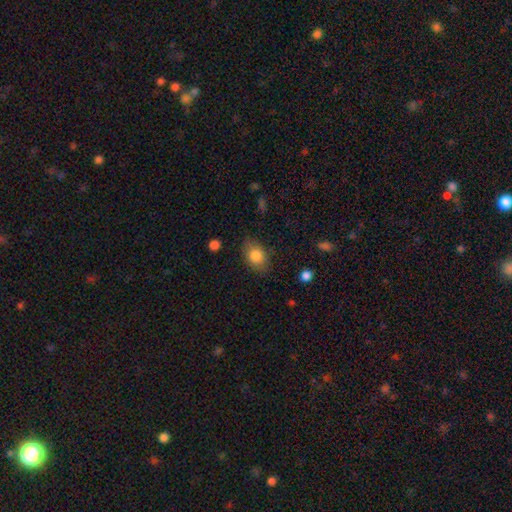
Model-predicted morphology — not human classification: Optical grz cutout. It shows a smooth galaxy with no disk features (83%) that is in between round and cigar-shaped (76%). Merging: none (79%).